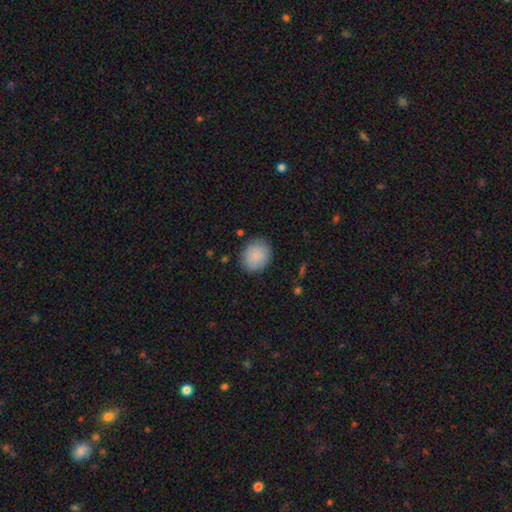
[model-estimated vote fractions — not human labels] This appears to be a smooth galaxy with no disk features (88%) that is round (62%). Merging: none (84%).